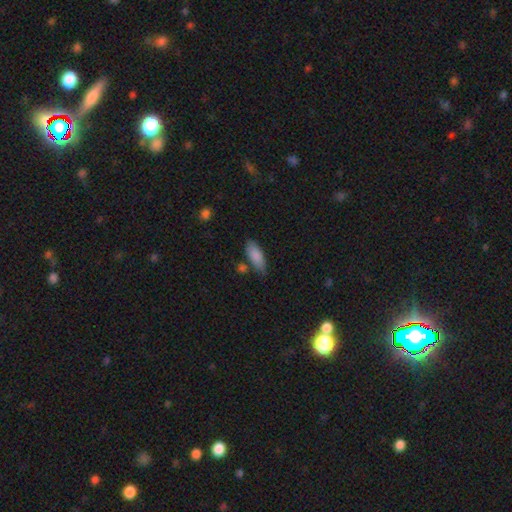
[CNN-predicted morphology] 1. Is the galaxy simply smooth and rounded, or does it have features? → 85% smooth, 8% featured or disk, 7% star or artifact.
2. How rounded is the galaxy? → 76% in between, 22% cigar-shaped, 2% round.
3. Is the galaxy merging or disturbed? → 67% none, 20% minor disturbance, 8% merger, 4% major disturbance.